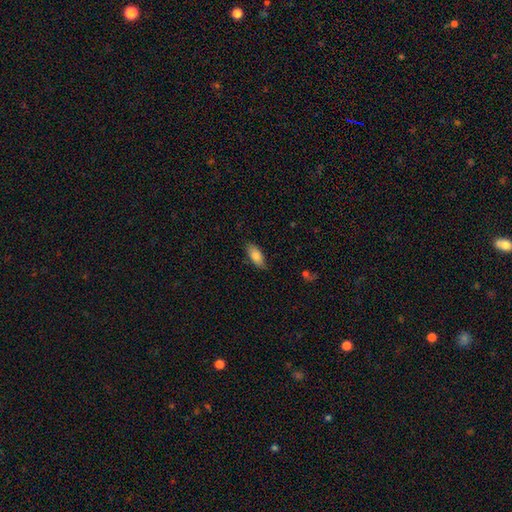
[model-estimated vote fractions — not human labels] This is clearly a smooth galaxy (81%). How rounded: clearly in between (84%). Merging: clearly none (81%).